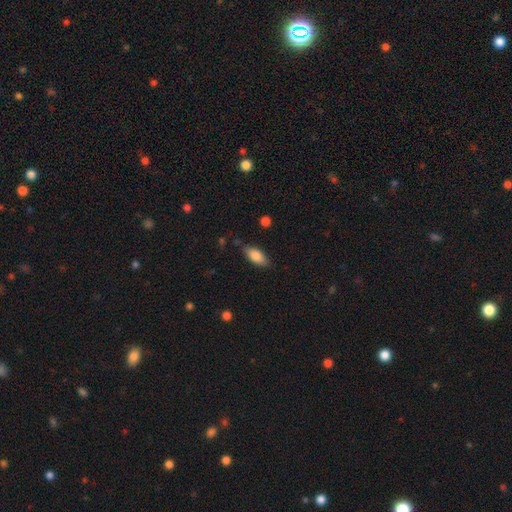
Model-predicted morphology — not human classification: A smooth galaxy with no disk features (82%) that is in between round and cigar-shaped (82%). Merging: none (78%).